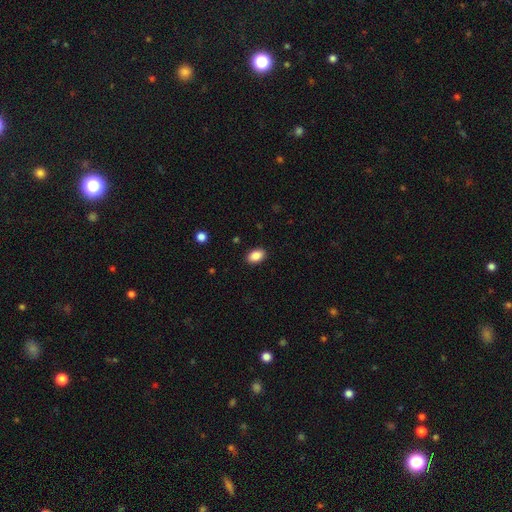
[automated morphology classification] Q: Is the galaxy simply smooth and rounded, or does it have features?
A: smooth — 88%.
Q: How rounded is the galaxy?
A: in between — 88%.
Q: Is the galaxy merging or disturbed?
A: none — 90%.